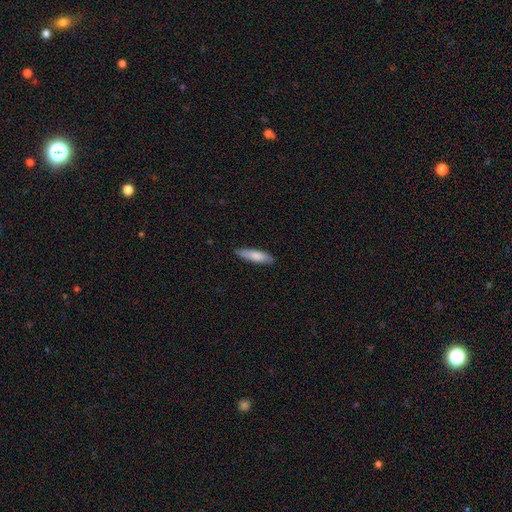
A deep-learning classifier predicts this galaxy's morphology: Smooth or featured: smooth — 78% (featured or disk — 17%)
How rounded: cigar-shaped — 72% (in between — 27%)
Merging: none — 86% (minor disturbance — 11%)